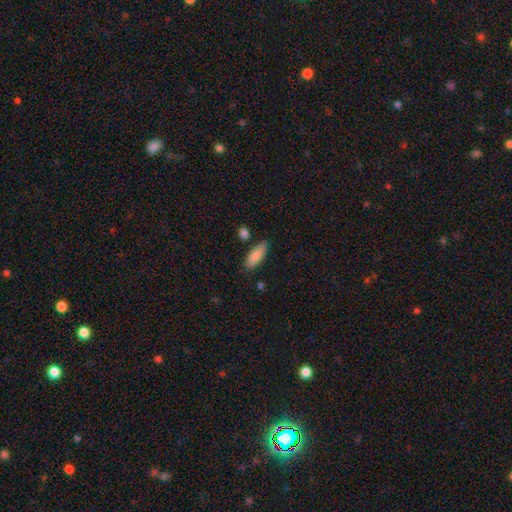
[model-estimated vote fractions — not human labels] The model was most divided on "how rounded": in between: 72%, cigar-shaped: 26%, round: 2%. More confident: smooth or featured — smooth (85%); merging — none (79%).